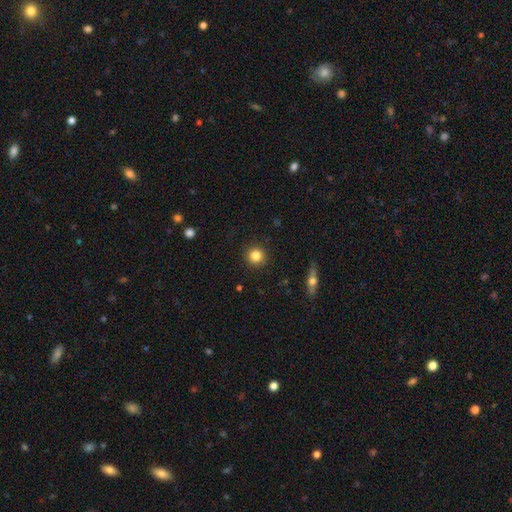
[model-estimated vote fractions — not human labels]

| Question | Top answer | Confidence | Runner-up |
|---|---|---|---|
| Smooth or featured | smooth | 83% | star or artifact (11%) |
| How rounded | round | 94% | in between (5%) |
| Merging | none | 91% | minor disturbance (6%) |